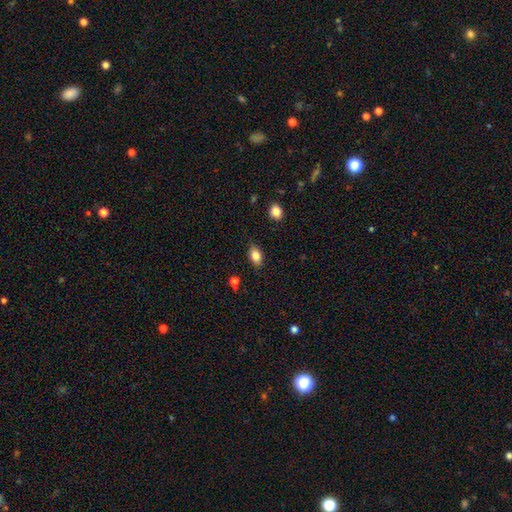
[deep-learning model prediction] Morphology: type=smooth (82%); roundness=in between (86%); merging=none (84%).